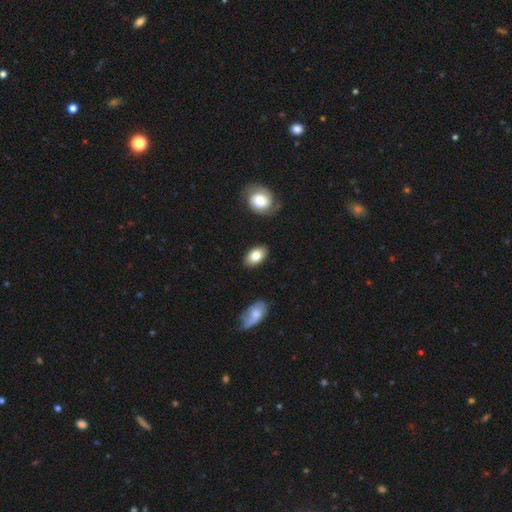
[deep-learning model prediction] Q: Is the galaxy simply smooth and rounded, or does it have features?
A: smooth — 81%.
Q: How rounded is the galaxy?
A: in between — 91%.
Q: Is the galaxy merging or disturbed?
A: none — 86%.